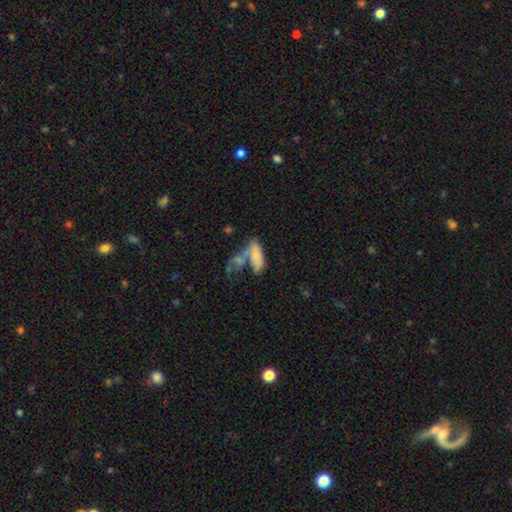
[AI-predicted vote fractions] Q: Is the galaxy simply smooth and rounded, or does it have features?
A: smooth — 72%.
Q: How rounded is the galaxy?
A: in between — 74%.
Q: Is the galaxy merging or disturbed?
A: merger — 45%.